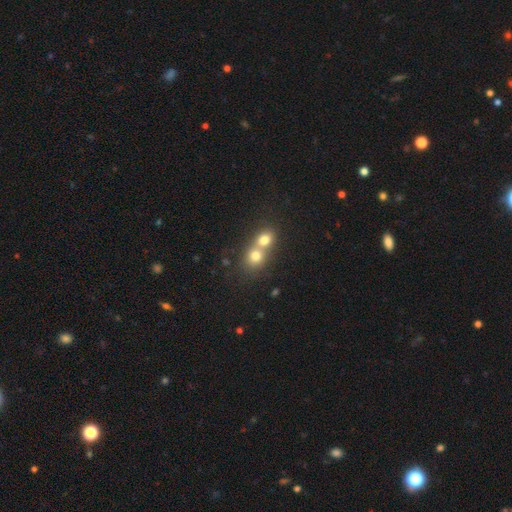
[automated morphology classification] Smooth or featured? Predicted: smooth (p=0.74). How rounded? Predicted: round (p=0.72). Merging? Predicted: merger (p=0.68).